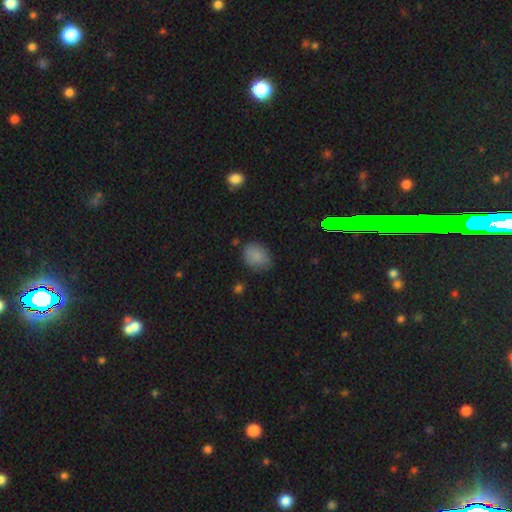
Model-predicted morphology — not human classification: The model was most divided on "how rounded": in between: 54%, round: 45%, cigar-shaped: 1%. More confident: smooth or featured — smooth (82%); merging — none (69%).